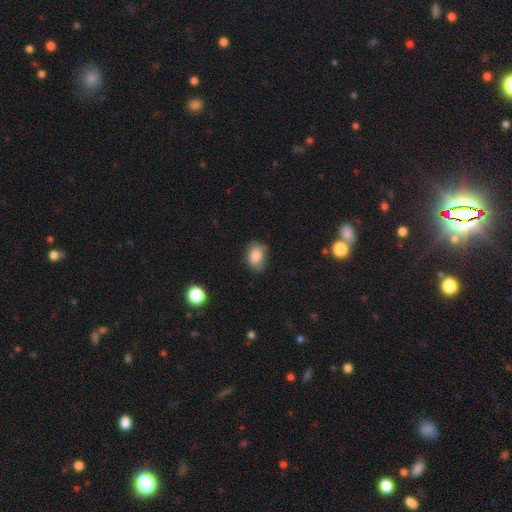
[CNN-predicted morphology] A smooth galaxy with no disk features (85%) that is in between round and cigar-shaped (78%). Merging: none (65%).